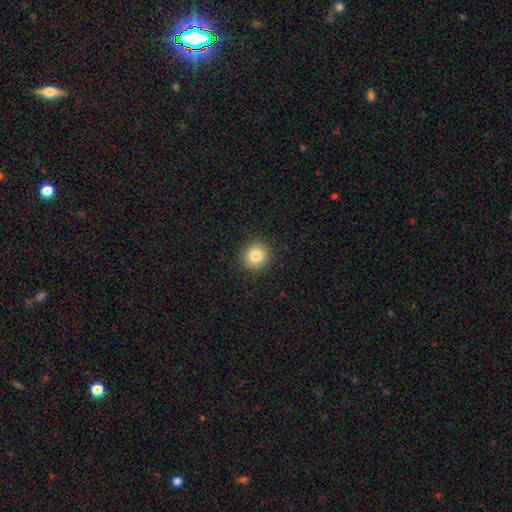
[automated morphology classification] Smooth or featured: smooth — 83% (star or artifact — 10%)
How rounded: round — 88% (in between — 11%)
Merging: none — 90% (minor disturbance — 7%)